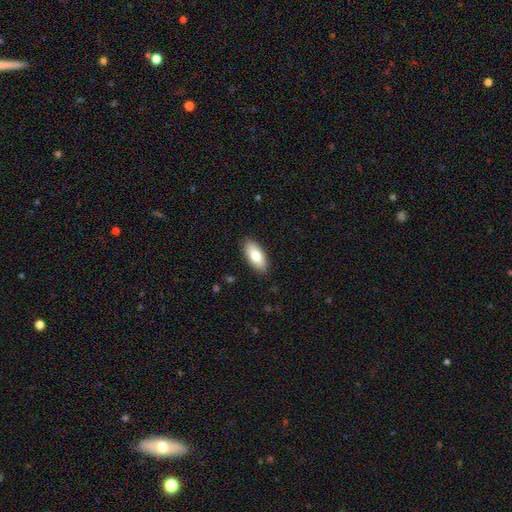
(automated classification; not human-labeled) Q: Smooth or featured?
A: smooth (78%); runner-up: featured or disk (15%)
Q: How rounded?
A: in between (88%); runner-up: cigar-shaped (10%)
Q: Merging?
A: none (88%); runner-up: minor disturbance (9%)